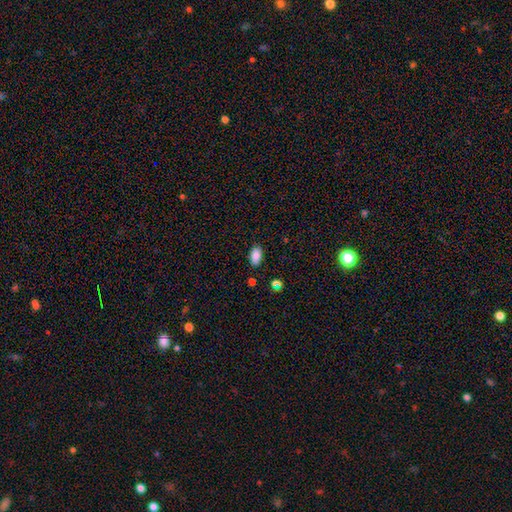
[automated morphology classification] Smooth or featured?
  - smooth: 86% *
  - star or artifact: 9%
  - featured or disk: 5%
How rounded?
  - in between: 92% *
  - round: 5%
  - cigar-shaped: 3%
Merging?
  - none: 85% *
  - minor disturbance: 10%
  - major disturbance: 2%
  - merger: 2%